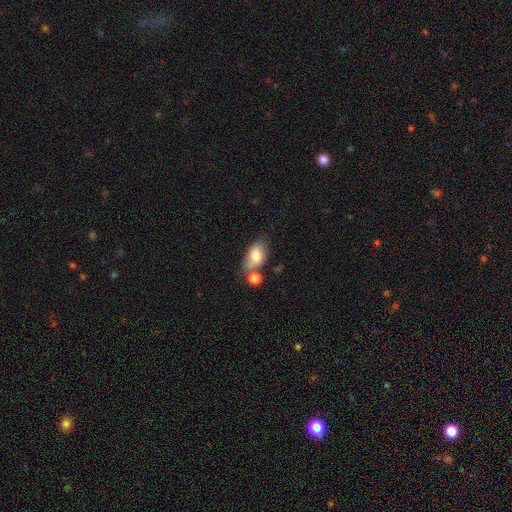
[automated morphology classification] Smooth or featured: smooth — 76% (featured or disk — 16%)
How rounded: in between — 88% (round — 9%)
Merging: none — 49% (merger — 25%)